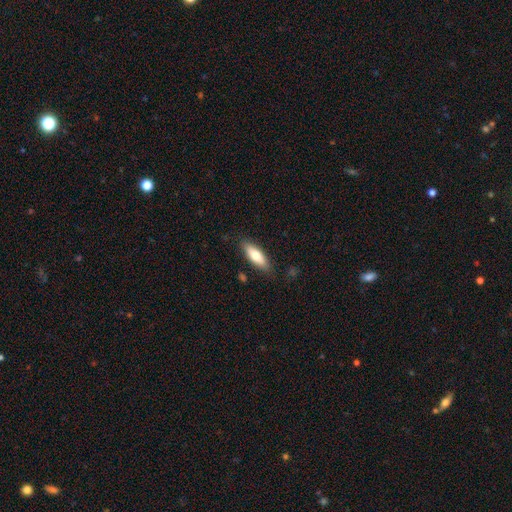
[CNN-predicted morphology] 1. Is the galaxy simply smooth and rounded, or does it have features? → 72% smooth, 22% featured or disk, 6% star or artifact.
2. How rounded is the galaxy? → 59% in between, 39% cigar-shaped, 2% round.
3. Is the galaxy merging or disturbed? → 85% none, 11% minor disturbance, 2% major disturbance, 1% merger.